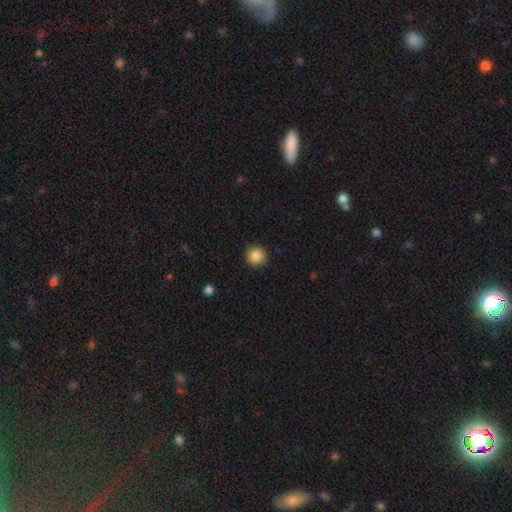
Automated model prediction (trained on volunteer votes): Smooth or featured? Predicted: smooth (p=0.86). How rounded? Predicted: round (p=0.94). Merging? Predicted: none (p=0.90).